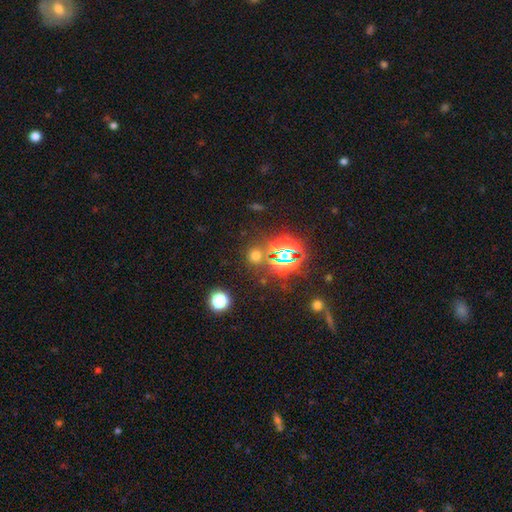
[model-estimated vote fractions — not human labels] Smooth or featured?
  - smooth: 50% *
  - star or artifact: 44%
  - featured or disk: 7%
Merging?
  - none: 78% *
  - minor disturbance: 9%
  - merger: 8%
  - major disturbance: 5%